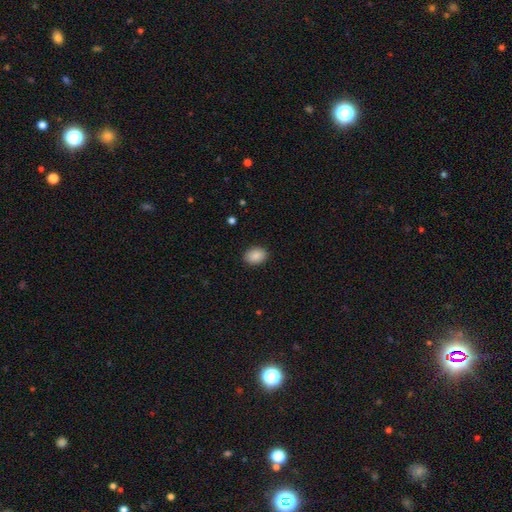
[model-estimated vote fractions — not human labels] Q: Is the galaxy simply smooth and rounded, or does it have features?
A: smooth — 89%.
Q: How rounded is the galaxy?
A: in between — 72%.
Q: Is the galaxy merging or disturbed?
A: none — 90%.